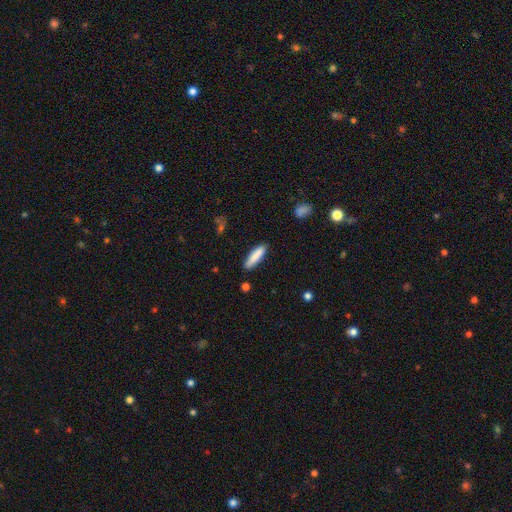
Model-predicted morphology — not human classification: Smooth or featured? Predicted: smooth (p=0.86). How rounded? Predicted: cigar-shaped (p=0.72). Merging? Predicted: none (p=0.87).